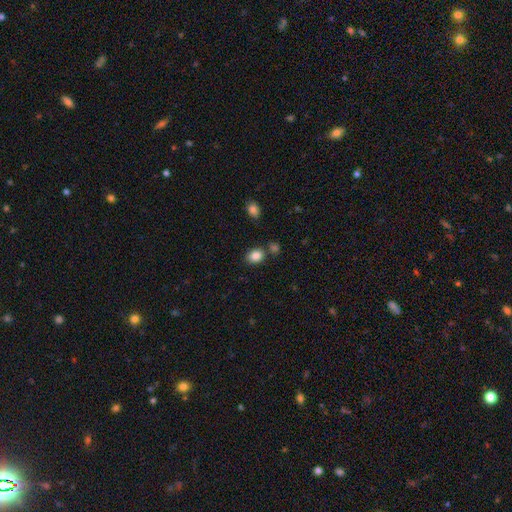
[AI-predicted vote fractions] The model was most divided on "how rounded": in between: 59%, round: 40%, cigar-shaped: 1%. More confident: smooth or featured — smooth (86%); merging — none (76%).